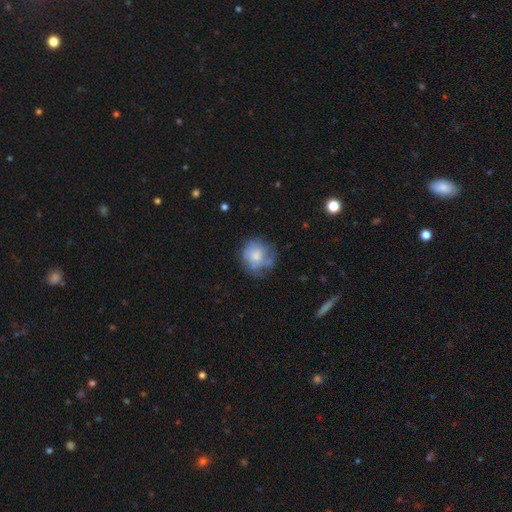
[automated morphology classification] Smooth or featured: smooth — 60% (featured or disk — 32%)
How rounded: round — 82% (in between — 17%)
Merging: none — 55% (minor disturbance — 26%)